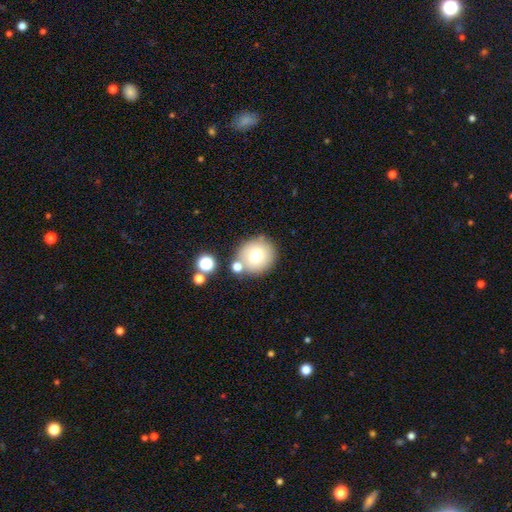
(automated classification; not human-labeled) Smooth or featured?
  - smooth: 71% *
  - featured or disk: 17%
  - star or artifact: 12%
How rounded?
  - round: 83% *
  - in between: 16%
  - cigar-shaped: 1%
Merging?
  - none: 73% *
  - merger: 12%
  - minor disturbance: 11%
  - major disturbance: 4%